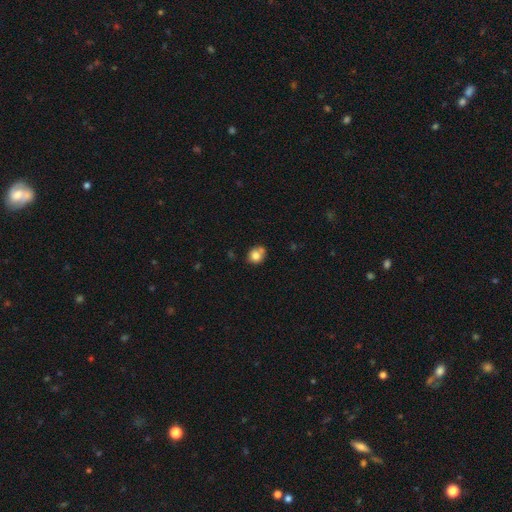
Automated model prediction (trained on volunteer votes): Smooth or featured? Predicted: smooth (p=0.78). How rounded? Predicted: round (p=0.71). Merging? Predicted: none (p=0.58).